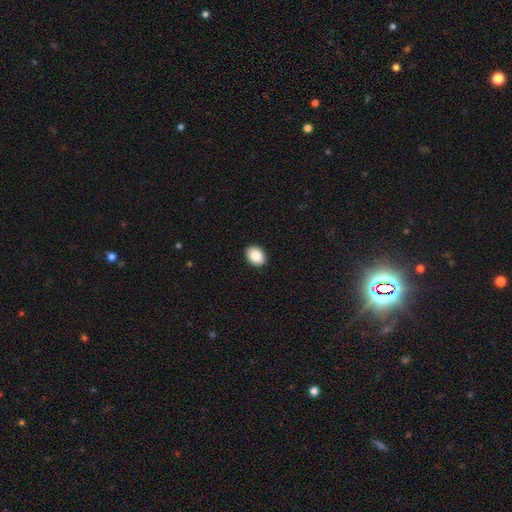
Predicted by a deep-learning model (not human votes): A smooth galaxy with no disk features (87%) that is in between round and cigar-shaped (76%).

Vote fractions:
- Smooth or featured? smooth: 87% / star or artifact: 7% / featured or disk: 6%
- How rounded? in between: 76% / round: 23% / cigar-shaped: 1%
- Merging? none: 91% / minor disturbance: 6% / major disturbance: 2% / merger: 1%